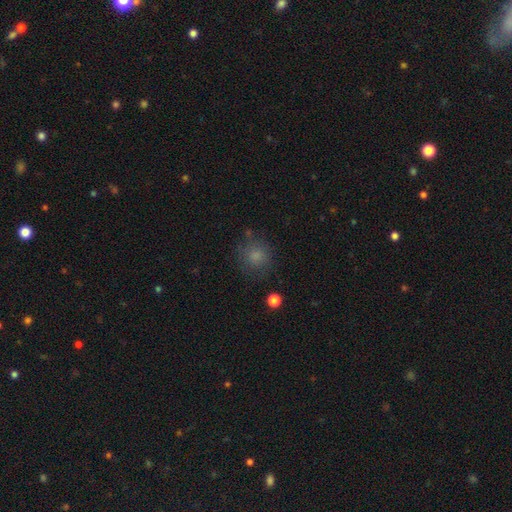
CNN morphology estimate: A smooth galaxy with no disk features (80%) that is round (89%).

Vote fractions:
- Smooth or featured? smooth: 80% / star or artifact: 13% / featured or disk: 7%
- How rounded? round: 89% / in between: 10% / cigar-shaped: 1%
- Merging? none: 78% / minor disturbance: 14% / major disturbance: 6% / merger: 3%